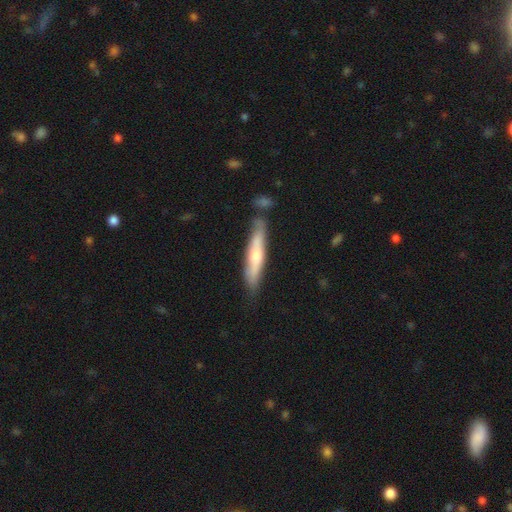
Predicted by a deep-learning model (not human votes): Smooth or featured? featured or disk (51%)
Edge-on disk? yes (81%)
Merging? none (76%)